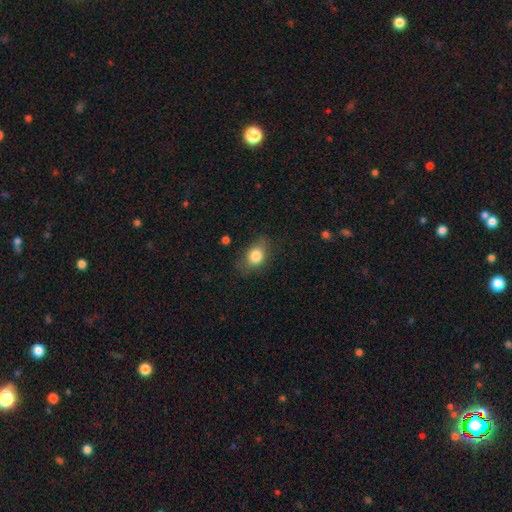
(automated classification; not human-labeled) Overall: smooth (81%). How rounded: in between (71%). Merging: none (69%).